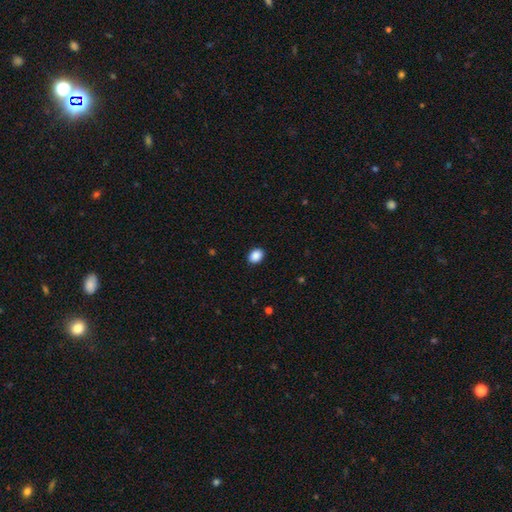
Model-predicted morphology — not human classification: This appears to be a smooth galaxy with no disk features (89%) that is in between round and cigar-shaped (65%). Merging: none (90%).